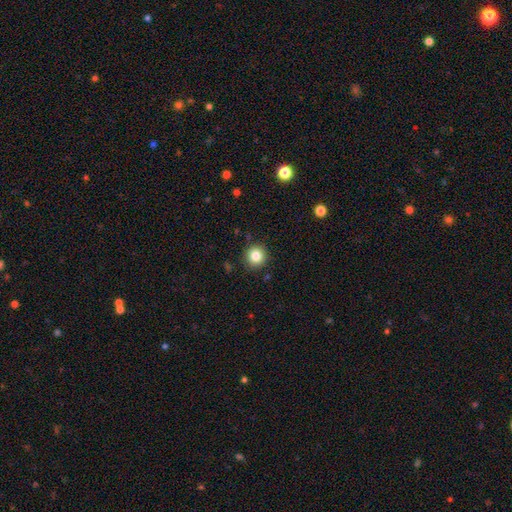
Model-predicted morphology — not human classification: Smooth or featured? Predicted: smooth (p=0.83). How rounded? Predicted: round (p=0.94). Merging? Predicted: none (p=0.90).